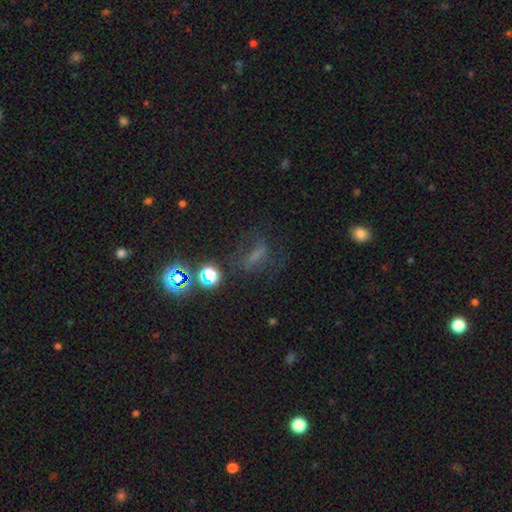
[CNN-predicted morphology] smooth_or_featured: smooth (p=0.39) [alt: star or artifact p=0.36]
merging: none (p=0.57) [alt: minor disturbance p=0.19]